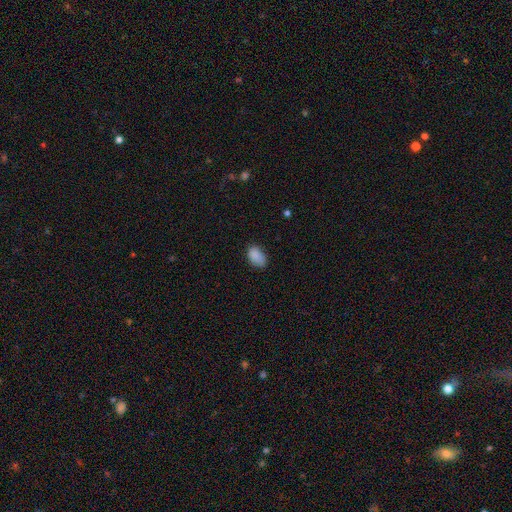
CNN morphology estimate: Smooth or featured: smooth — 87% (star or artifact — 9%)
How rounded: in between — 89% (round — 10%)
Merging: none — 74% (minor disturbance — 21%)